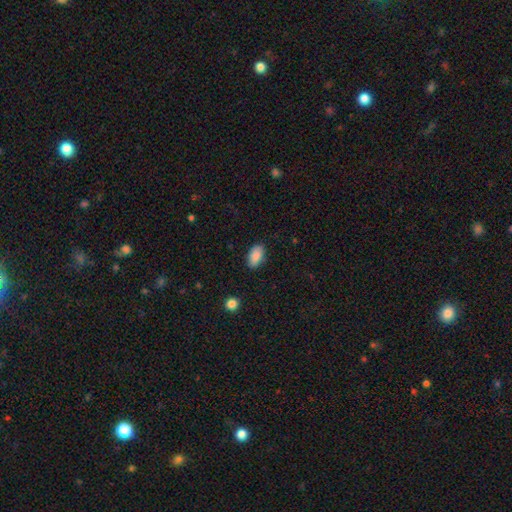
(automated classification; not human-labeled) Smooth or featured: smooth — 89% (star or artifact — 7%)
How rounded: in between — 93% (round — 4%)
Merging: none — 85% (minor disturbance — 11%)